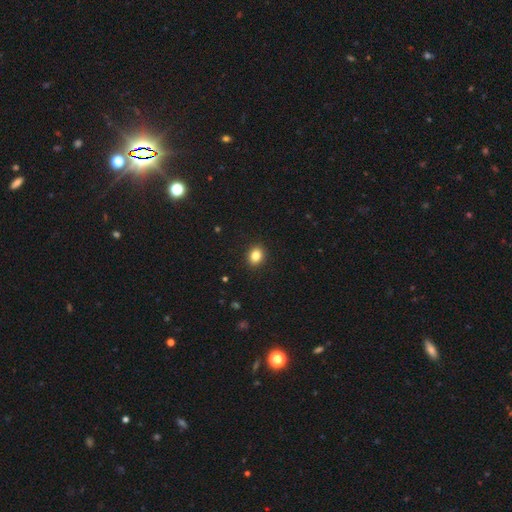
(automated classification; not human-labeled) A smooth galaxy with no disk features (83%) that is round (54%).

Vote fractions:
- Smooth or featured? smooth: 83% / star or artifact: 10% / featured or disk: 6%
- How rounded? round: 54% / in between: 45% / cigar-shaped: 1%
- Merging? none: 91% / minor disturbance: 6% / major disturbance: 2% / merger: 1%